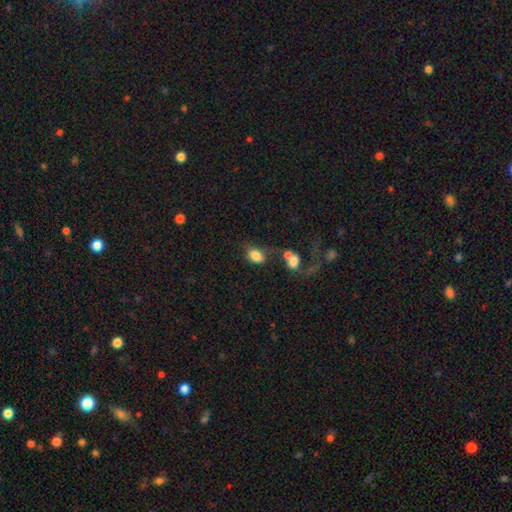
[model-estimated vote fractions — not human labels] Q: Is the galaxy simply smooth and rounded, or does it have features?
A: smooth — 81%.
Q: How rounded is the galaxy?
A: in between — 81%.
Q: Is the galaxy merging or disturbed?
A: none — 38%.